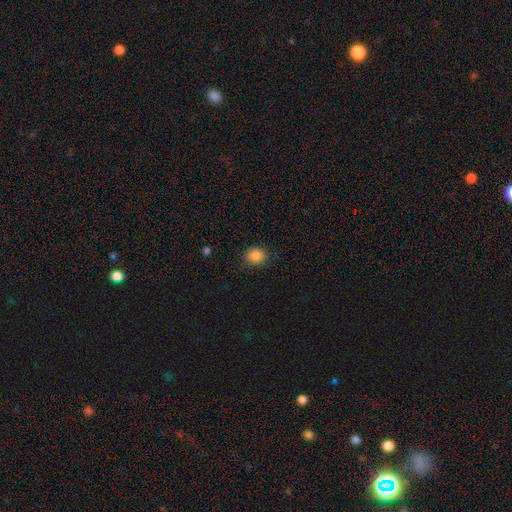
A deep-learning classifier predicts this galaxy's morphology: This appears to be a smooth galaxy with no disk features (85%) that is round (73%). Merging: none (88%).